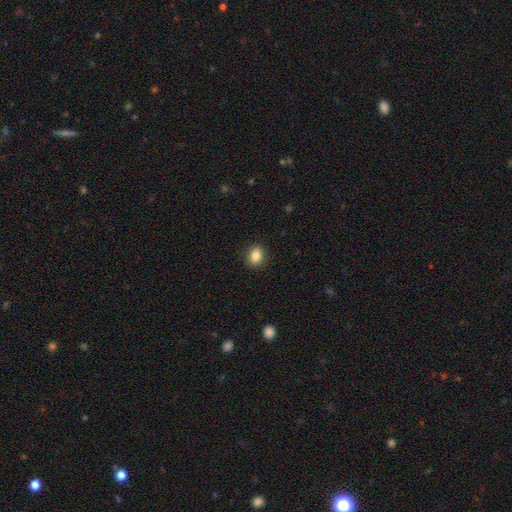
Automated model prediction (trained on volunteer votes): Q: Smooth or featured?
A: smooth (85%); runner-up: star or artifact (9%)
Q: How rounded?
A: in between (57%); runner-up: round (42%)
Q: Merging?
A: none (90%); runner-up: minor disturbance (7%)